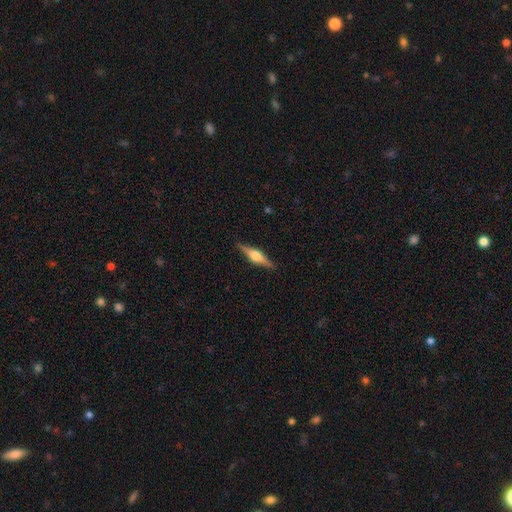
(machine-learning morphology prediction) This is likely a featured or disk galaxy (71%). It is clearly viewed edge-on (97%). Edge-on bulge: clearly rounded (88%). Merging: clearly none (90%).